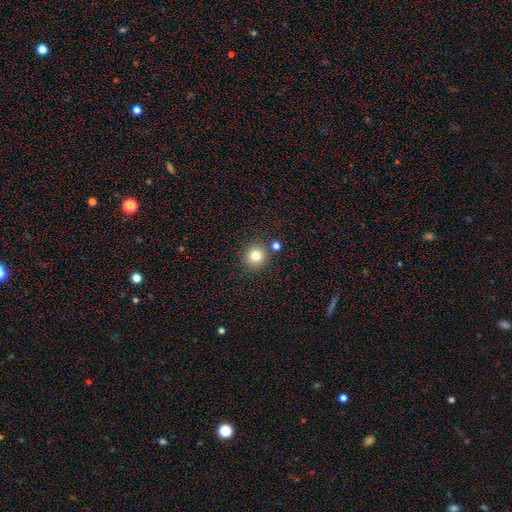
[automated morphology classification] type=smooth (80%); roundness=round (91%); merging=none (83%).